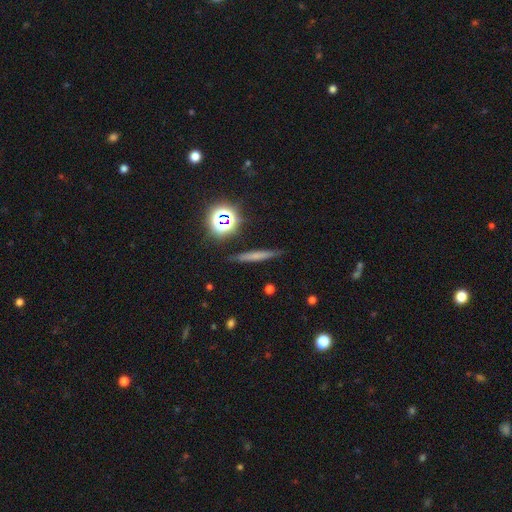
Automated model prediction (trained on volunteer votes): This is possibly a smooth galaxy (55%). How rounded: clearly cigar-shaped (89%). Merging: clearly none (86%).